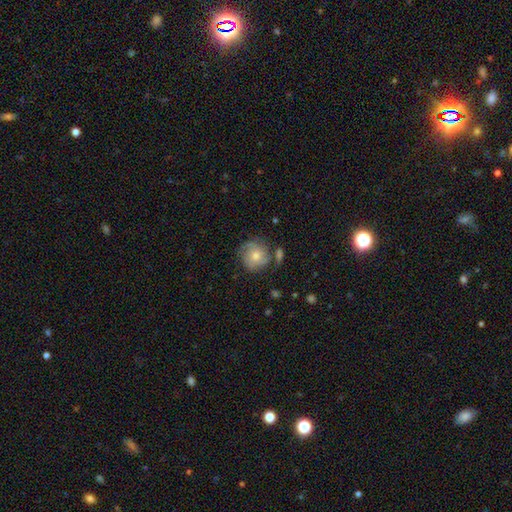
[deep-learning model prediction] This appears to be a featured or disk galaxy (45%). Merging: none (68%).